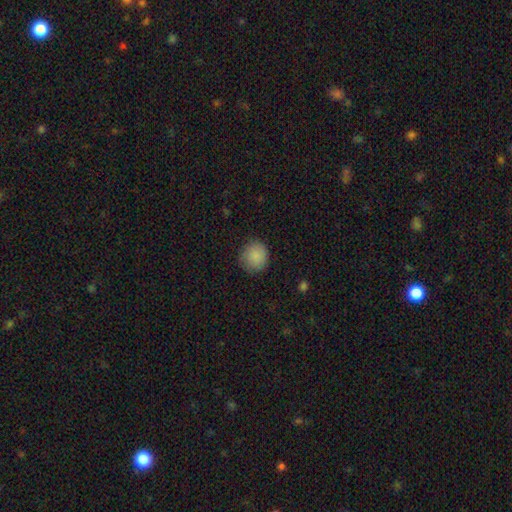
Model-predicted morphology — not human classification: This is clearly a smooth galaxy (87%). How rounded: clearly round (89%). Merging: clearly none (83%).